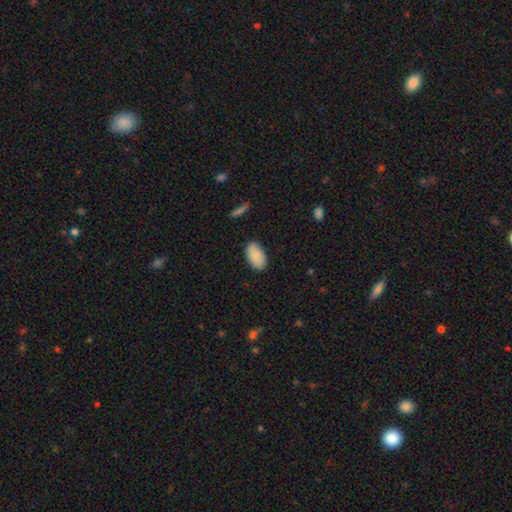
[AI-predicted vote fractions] A smooth galaxy with no disk features (87%) that is in between round and cigar-shaped (95%). Merging: none (85%).